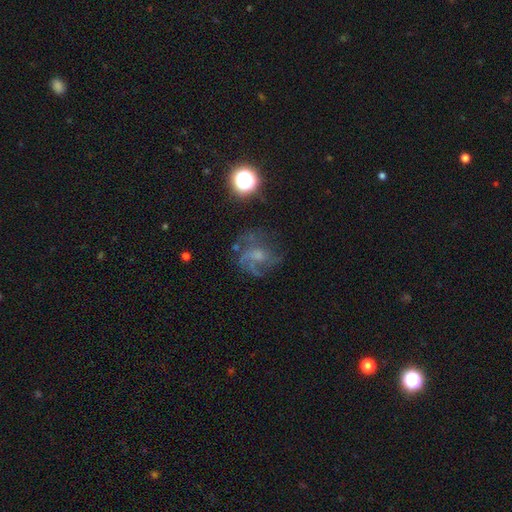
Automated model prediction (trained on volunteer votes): Q: Smooth or featured?
A: featured or disk (62%); runner-up: smooth (21%)
Q: Edge-on disk?
A: no (97%); runner-up: yes (3%)
Q: Bar?
A: no (68%); runner-up: weak (27%)
Q: Spiral arms?
A: yes (76%); runner-up: no (24%)
Q: Bulge size?
A: small (34%); runner-up: moderate (32%)
Q: Merging?
A: none (50%); runner-up: major disturbance (28%)